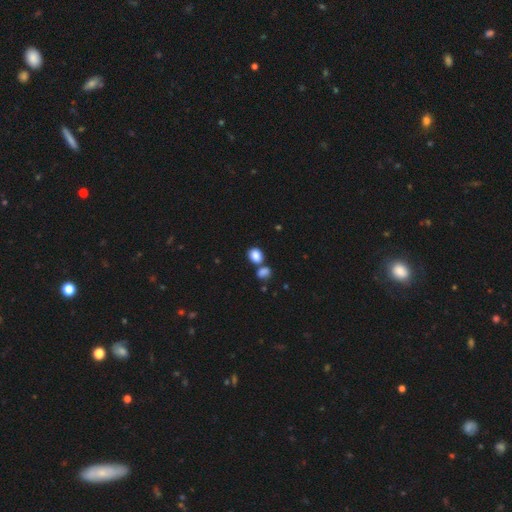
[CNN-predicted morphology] A smooth galaxy with no disk features (86%) that is in between round and cigar-shaped (60%). Merging: none (51%).